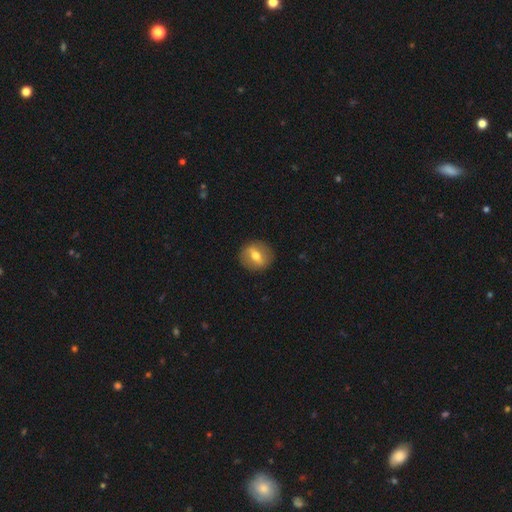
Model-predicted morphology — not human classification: Smooth or featured?
  - smooth: 46% * (tied)
  - featured or disk: 46% * (tied)
  - star or artifact: 8%
Merging?
  - none: 88% *
  - minor disturbance: 8%
  - major disturbance: 3%
  - merger: 1%